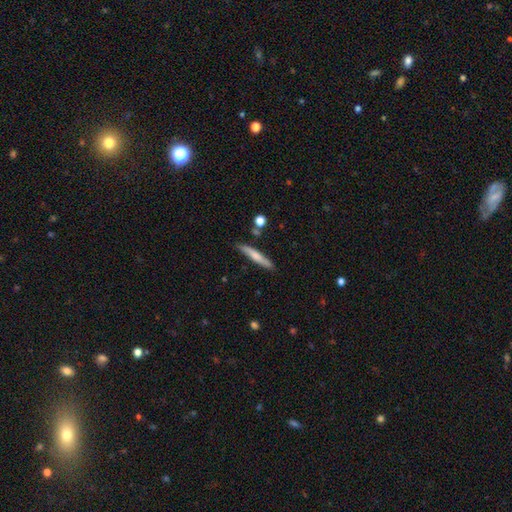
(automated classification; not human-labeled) This appears to be a smooth galaxy with no disk features (59%) that is cigar-shaped (93%). Merging: none (82%).